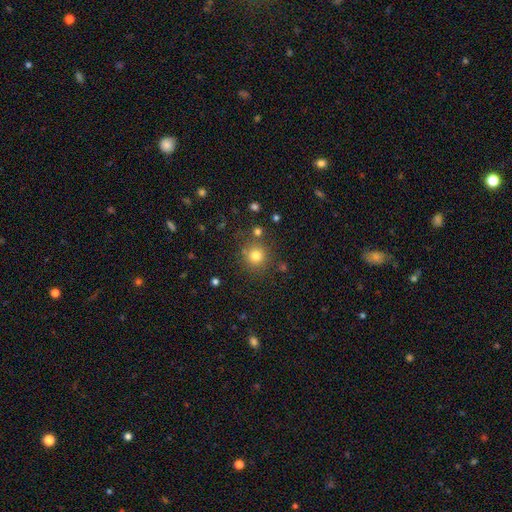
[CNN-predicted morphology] smooth_or_featured: smooth (p=0.78) [alt: star or artifact p=0.15]
how_rounded: round (p=0.92) [alt: in between p=0.07]
merging: none (p=0.82) [alt: minor disturbance p=0.09]